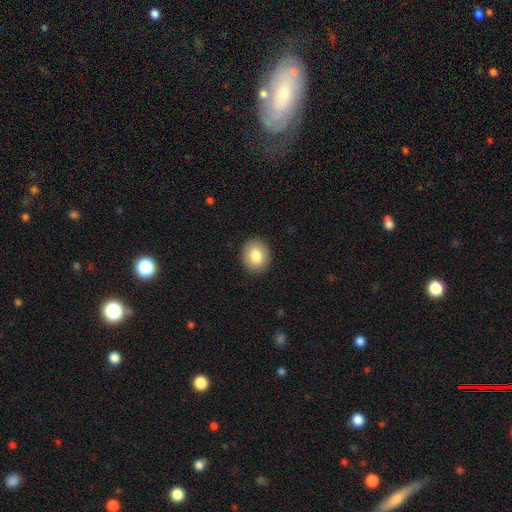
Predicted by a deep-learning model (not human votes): A smooth galaxy with no disk features (82%) that is round (63%).

Vote fractions:
- Smooth or featured? smooth: 82% / featured or disk: 10% / star or artifact: 8%
- How rounded? round: 63% / in between: 37% / cigar-shaped: 1%
- Merging? none: 90% / minor disturbance: 7% / major disturbance: 2% / merger: 1%